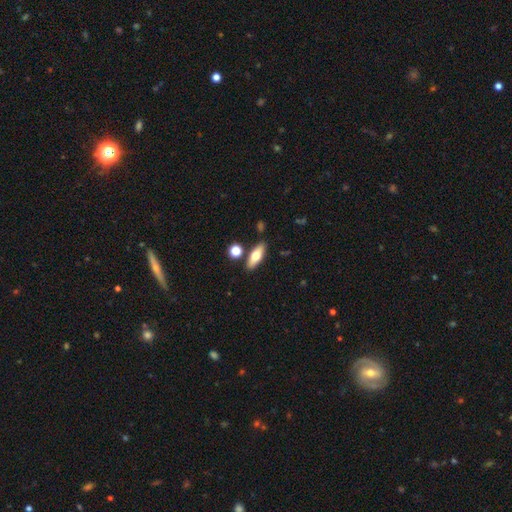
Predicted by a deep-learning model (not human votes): smooth-or-featured: smooth: 65% | featured or disk: 28% | star or artifact: 7%
  how-rounded: in between: 63% | cigar-shaped: 33% | round: 4%
  merging: none: 82% | minor disturbance: 9% | merger: 6% | major disturbance: 2%